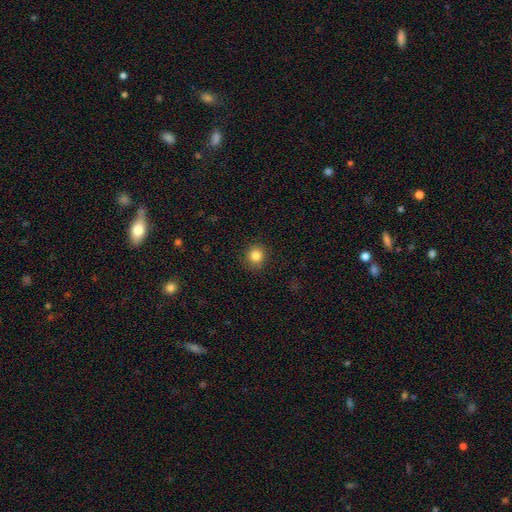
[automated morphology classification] This appears to be a smooth galaxy with no disk features (84%) that is round (88%). Merging: none (90%).